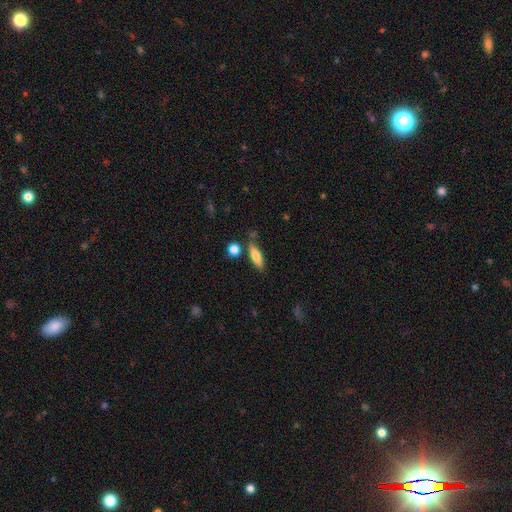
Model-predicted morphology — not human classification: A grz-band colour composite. It shows a smooth galaxy with no disk features (76%) that is cigar-shaped (52%). Merging: none (74%).